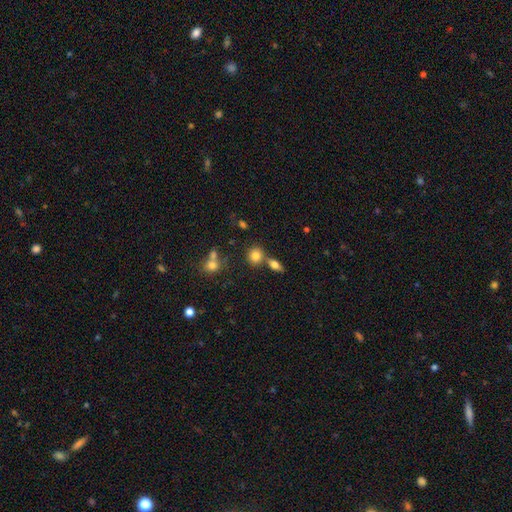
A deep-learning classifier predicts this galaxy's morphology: smooth 79%, star or artifact 12%, featured or disk 9%. Down the decision tree: how rounded — round (73%); merging — none (60%).